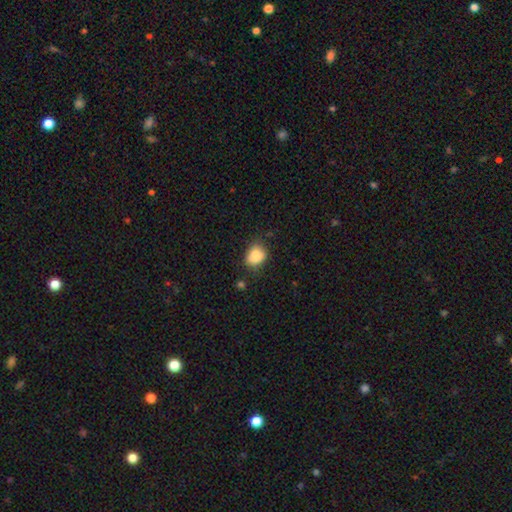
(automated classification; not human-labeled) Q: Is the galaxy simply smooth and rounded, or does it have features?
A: smooth — 84%.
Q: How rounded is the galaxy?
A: in between — 53%.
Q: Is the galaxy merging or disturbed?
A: none — 60%.